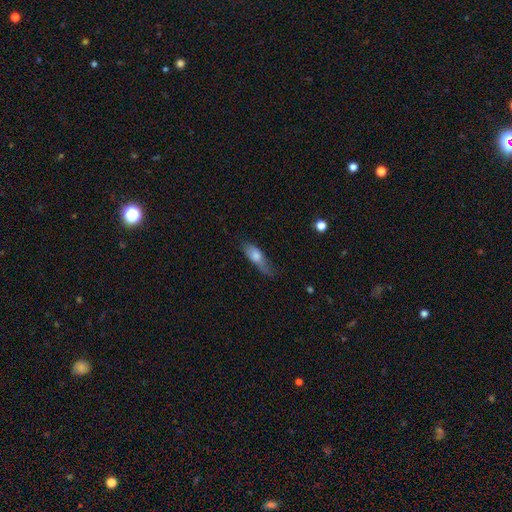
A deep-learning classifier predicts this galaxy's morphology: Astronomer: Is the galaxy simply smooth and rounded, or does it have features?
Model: smooth — 69%.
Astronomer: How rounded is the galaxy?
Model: in between — 61% (runner-up: cigar-shaped, 36%).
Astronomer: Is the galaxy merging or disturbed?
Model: none — 43% (runner-up: minor disturbance, 37%).